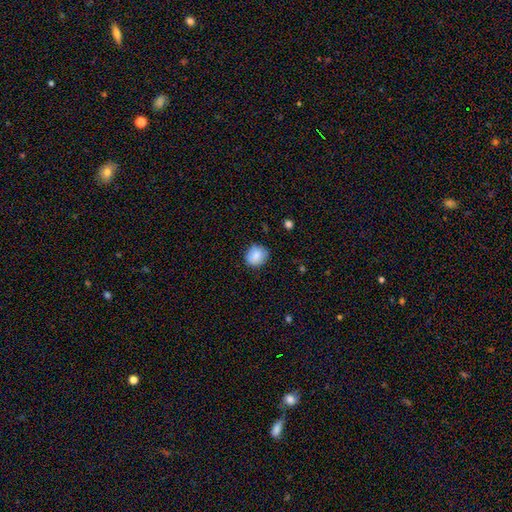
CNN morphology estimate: Q: Smooth or featured?
A: smooth (84%); runner-up: featured or disk (8%)
Q: How rounded?
A: round (74%); runner-up: in between (25%)
Q: Merging?
A: none (82%); runner-up: minor disturbance (14%)